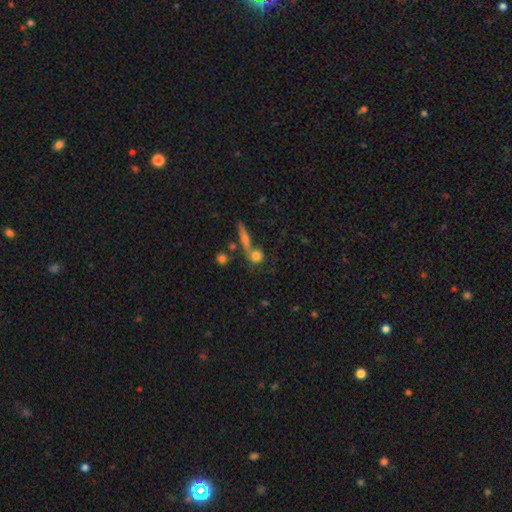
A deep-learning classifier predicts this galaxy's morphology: This is likely a smooth galaxy (72%). How rounded: likely round (75%). Merging: possibly none (55%).